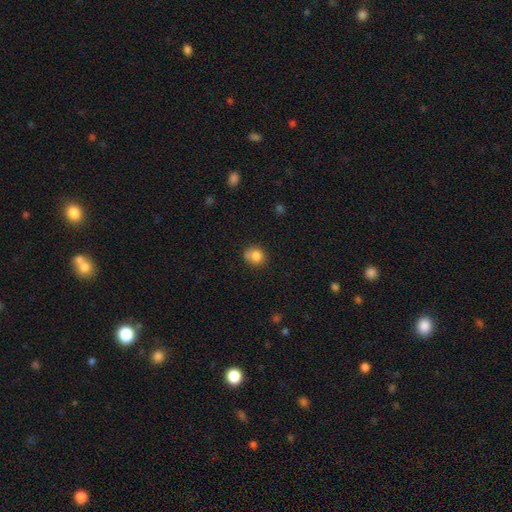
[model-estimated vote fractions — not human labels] Overall: smooth (81%). How rounded: round (79%). Merging: none (59%; minor disturbance 19%).